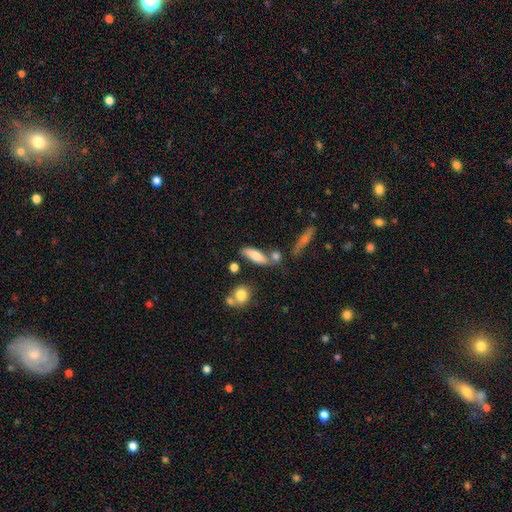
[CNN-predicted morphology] Overall: smooth (74%). How rounded: in between (53%; cigar-shaped 44%). Merging: none (62%).